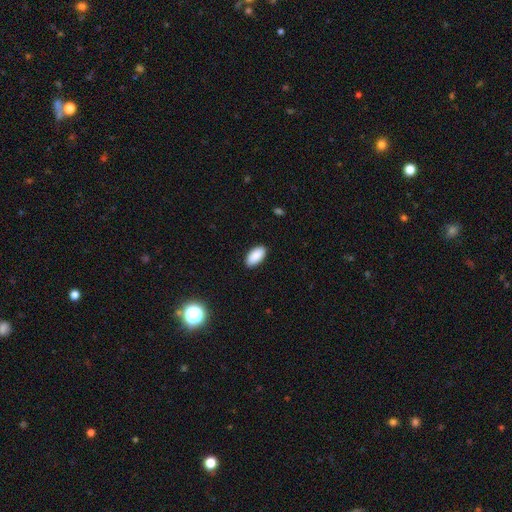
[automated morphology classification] Overall: smooth (91%). How rounded: in between (95%). Merging: none (89%).